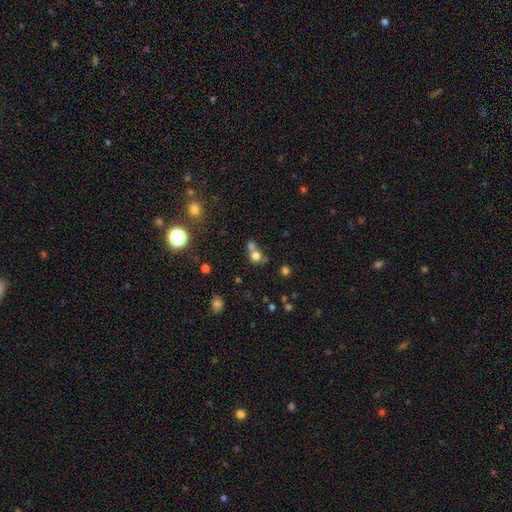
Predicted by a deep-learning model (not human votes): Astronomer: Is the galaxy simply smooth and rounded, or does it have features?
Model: smooth — 72%.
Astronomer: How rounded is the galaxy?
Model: round — 77%.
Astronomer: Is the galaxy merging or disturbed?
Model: merger — 51% (runner-up: none, 36%).